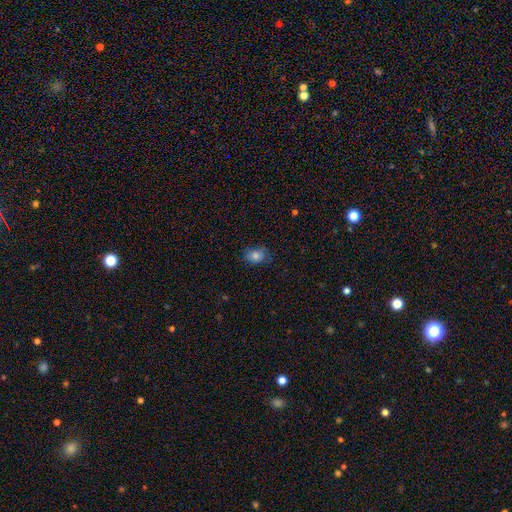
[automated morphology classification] Smooth or featured?
  - smooth: 79% *
  - star or artifact: 11%
  - featured or disk: 11%
How rounded?
  - in between: 65% *
  - round: 34%
  - cigar-shaped: 1%
Merging?
  - none: 70% *
  - minor disturbance: 22%
  - major disturbance: 6%
  - merger: 1%